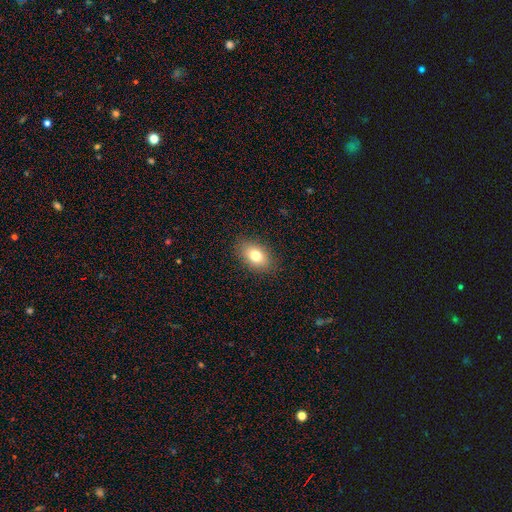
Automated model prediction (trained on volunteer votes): Morphology: type=smooth (78%); roundness=in between (83%); merging=none (87%).